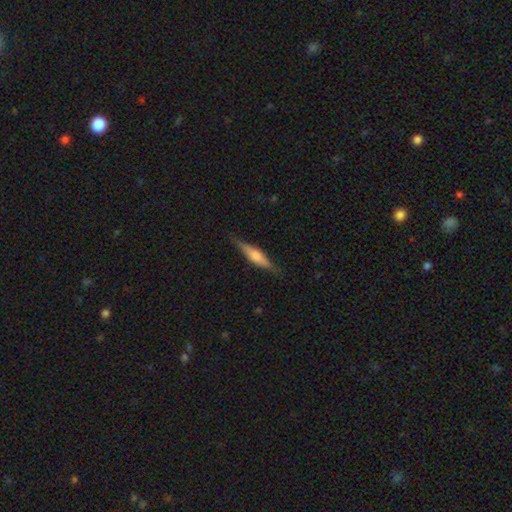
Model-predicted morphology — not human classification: A featured or disk galaxy (57%) viewed edge-on (96%) with a rounded central bulge (77%). Merging: none (86%).